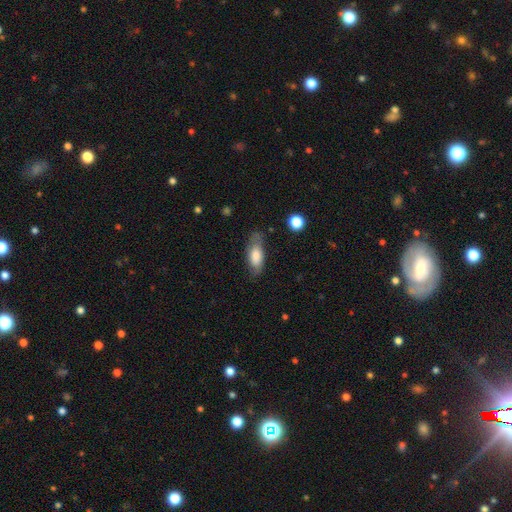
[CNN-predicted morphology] Smooth or featured? Predicted: smooth (p=0.71). How rounded? Predicted: in between (p=0.79). Merging? Predicted: none (p=0.68).